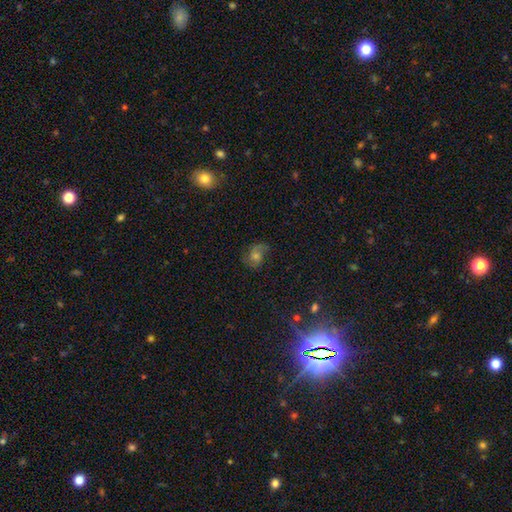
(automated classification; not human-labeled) Smooth or featured? Predicted: featured or disk (p=0.50). Merging? Predicted: none (p=0.63).